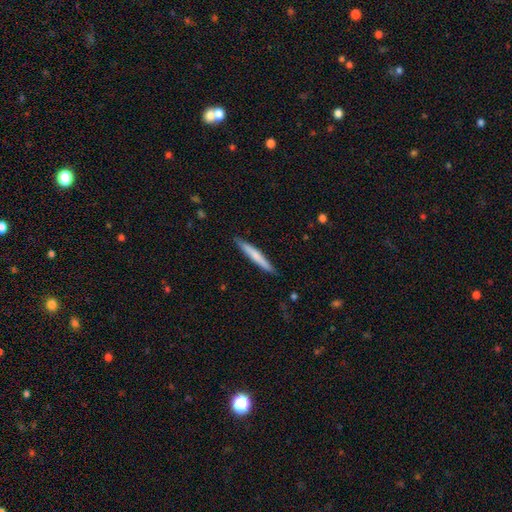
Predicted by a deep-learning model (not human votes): smooth_or_featured: smooth (p=0.66) [alt: featured or disk p=0.29]
how_rounded: cigar-shaped (p=0.95) [alt: in between p=0.04]
merging: none (p=0.89) [alt: minor disturbance p=0.09]